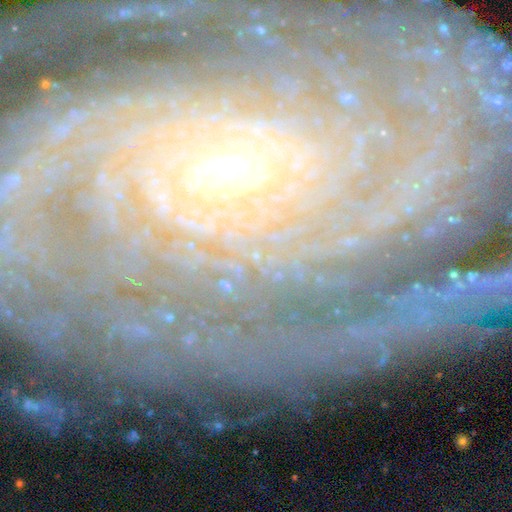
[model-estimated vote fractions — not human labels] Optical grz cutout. It shows a featured or disk galaxy (73%) with no bar (63%), tight (74%) spiral arms (87%) and a small central bulge (64%). Merging: none (68%).